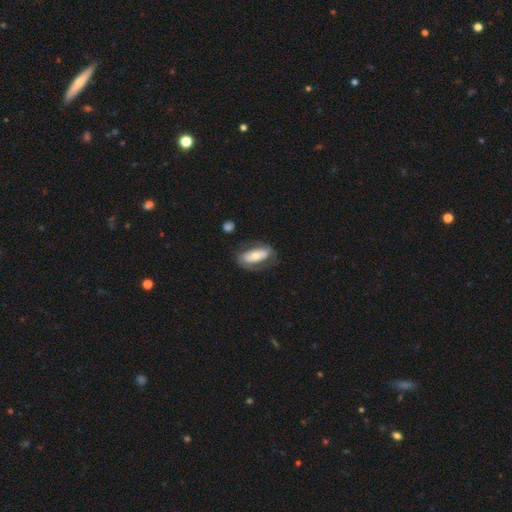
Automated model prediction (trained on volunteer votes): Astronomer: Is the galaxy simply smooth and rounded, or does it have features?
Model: smooth — 48% (runner-up: featured or disk, 47%).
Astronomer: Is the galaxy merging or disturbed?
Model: none — 63%.